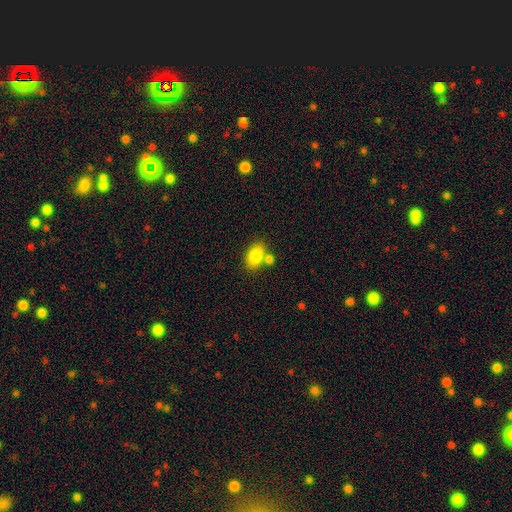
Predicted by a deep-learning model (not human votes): This appears to be a smooth galaxy with no disk features (84%) that is in between round and cigar-shaped (85%). Merging: none (61%).